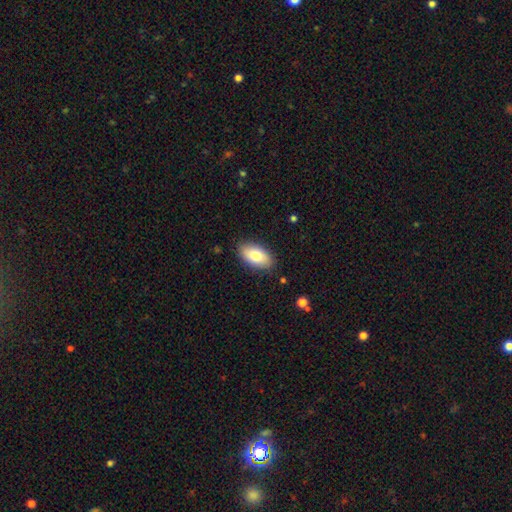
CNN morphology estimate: The model was most divided on "smooth or featured": smooth: 78%, featured or disk: 16%, star or artifact: 6%. More confident: how rounded — in between (94%); merging — none (86%).